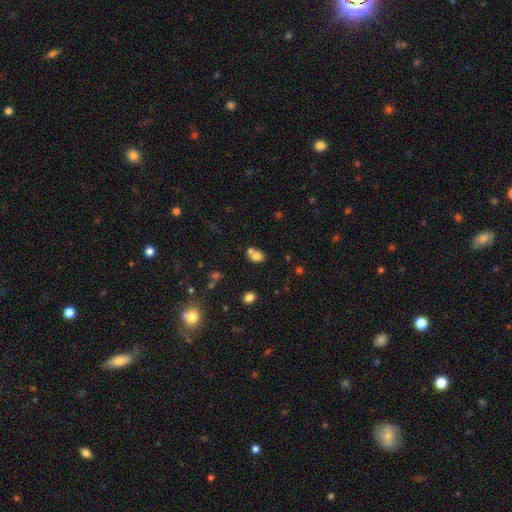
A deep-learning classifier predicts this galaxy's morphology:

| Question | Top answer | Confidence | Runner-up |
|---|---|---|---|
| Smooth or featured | smooth | 76% | star or artifact (12%) |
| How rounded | in between | 59% | round (40%) |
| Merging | none | 45% | merger (40%) |